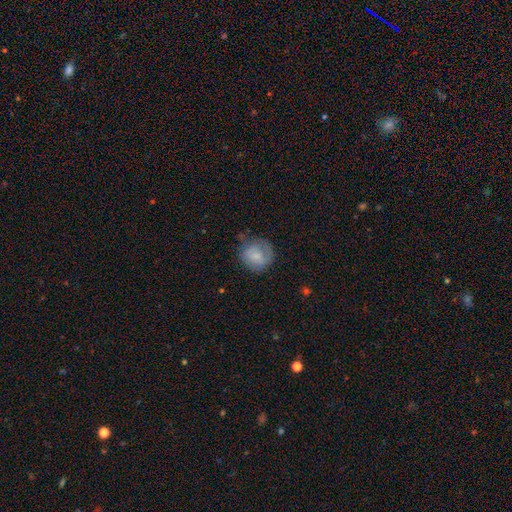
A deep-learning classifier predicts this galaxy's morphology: Smooth or featured: smooth — 63% (featured or disk — 30%)
How rounded: round — 81% (in between — 18%)
Merging: none — 58% (minor disturbance — 26%)